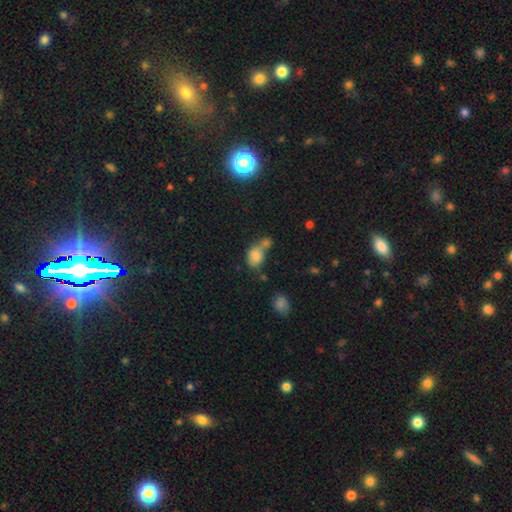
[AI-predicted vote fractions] A smooth galaxy with no disk features (80%) that is in between round and cigar-shaped (73%). Merging: merger (49%).